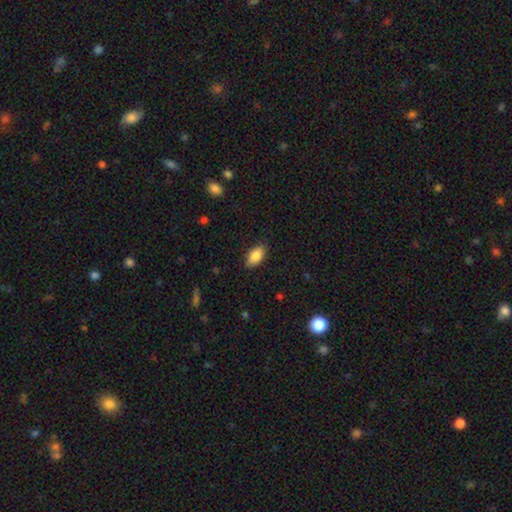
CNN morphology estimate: type=smooth (86%); roundness=in between (92%); merging=none (85%).